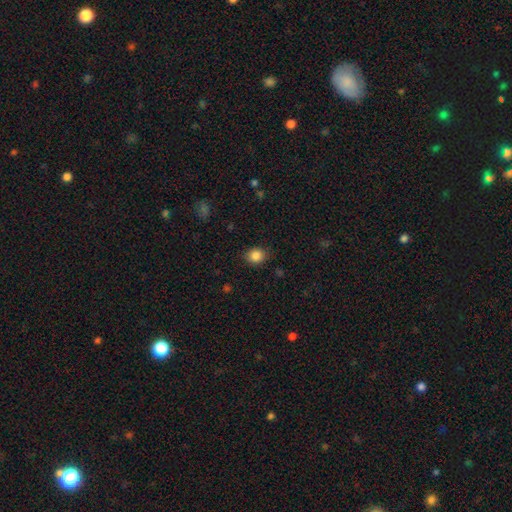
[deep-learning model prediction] This appears to be a smooth galaxy with no disk features (86%) that is round (69%). Merging: none (85%).